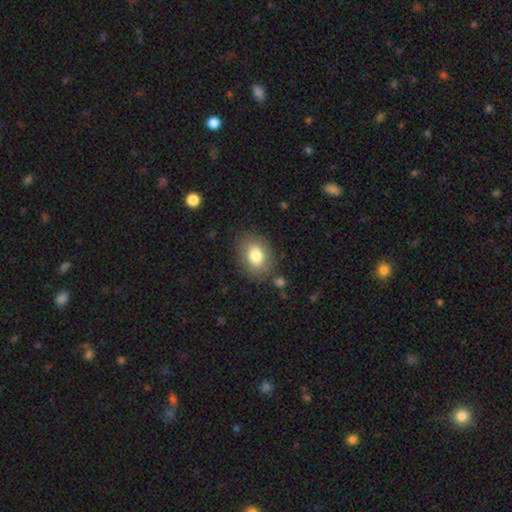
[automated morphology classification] smooth_or_featured: smooth (p=0.78) [alt: featured or disk p=0.13]
how_rounded: in between (p=0.61) [alt: round p=0.38]
merging: none (p=0.81) [alt: minor disturbance p=0.12]